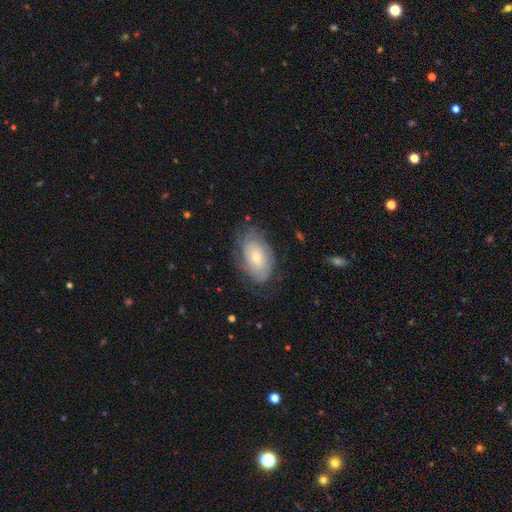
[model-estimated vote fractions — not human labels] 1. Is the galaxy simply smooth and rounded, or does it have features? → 50% featured or disk, 42% smooth, 8% star or artifact.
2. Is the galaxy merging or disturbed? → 68% none, 22% minor disturbance, 9% major disturbance, 1% merger.